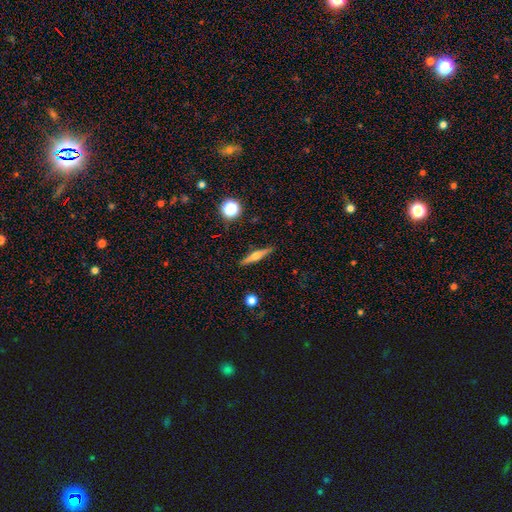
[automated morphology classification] This is possibly a featured or disk galaxy (56%). It is clearly viewed edge-on (97%). Edge-on bulge: clearly rounded (85%). Merging: clearly none (90%).